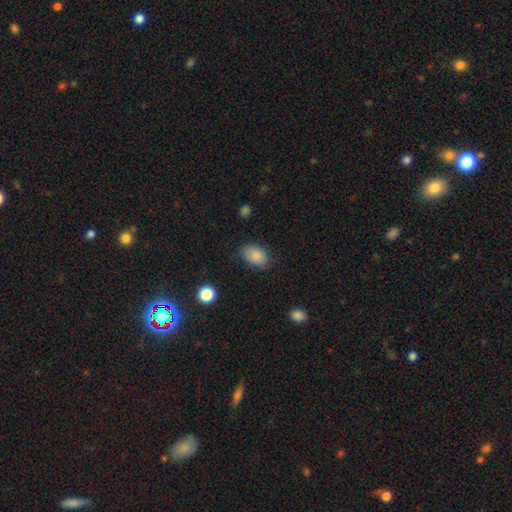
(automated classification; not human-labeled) smooth-or-featured: smooth: 85% | star or artifact: 8% | featured or disk: 7%
  how-rounded: in between: 83% | round: 16% | cigar-shaped: 1%
  merging: none: 79% | minor disturbance: 16% | major disturbance: 4% | merger: 1%